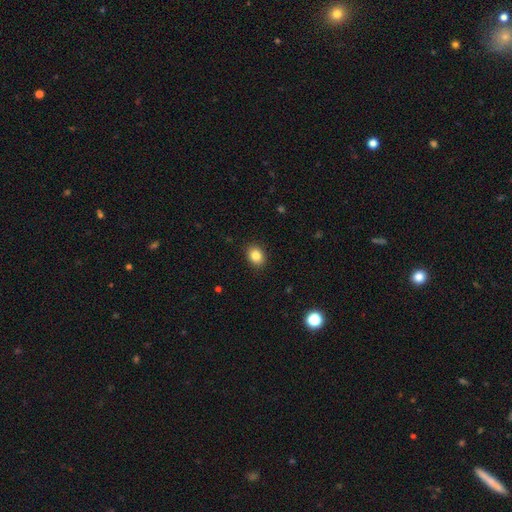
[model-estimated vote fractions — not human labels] Smooth or featured? smooth (85%)
How rounded? in between (56%)
Merging? none (90%)